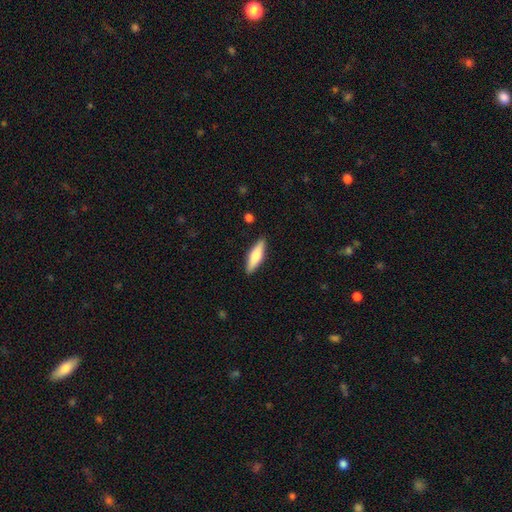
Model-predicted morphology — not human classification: Smooth or featured? smooth (61%)
How rounded? cigar-shaped (61%)
Merging? none (89%)